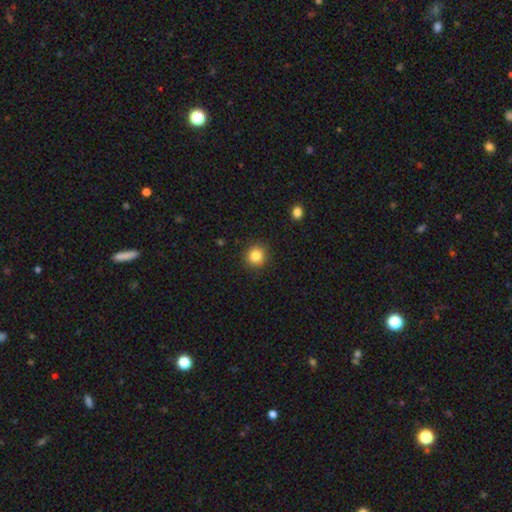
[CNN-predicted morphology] A smooth galaxy with no disk features (84%) that is round (91%).

Vote fractions:
- Smooth or featured? smooth: 84% / star or artifact: 11% / featured or disk: 5%
- How rounded? round: 91% / in between: 8% / cigar-shaped: 1%
- Merging? none: 90% / minor disturbance: 7% / major disturbance: 2% / merger: 1%